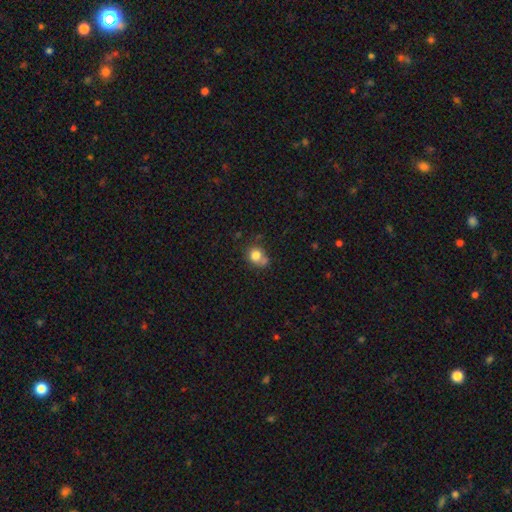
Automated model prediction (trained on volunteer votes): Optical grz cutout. It shows a smooth galaxy with no disk features (79%) that is round (71%). Merging: none (50%).